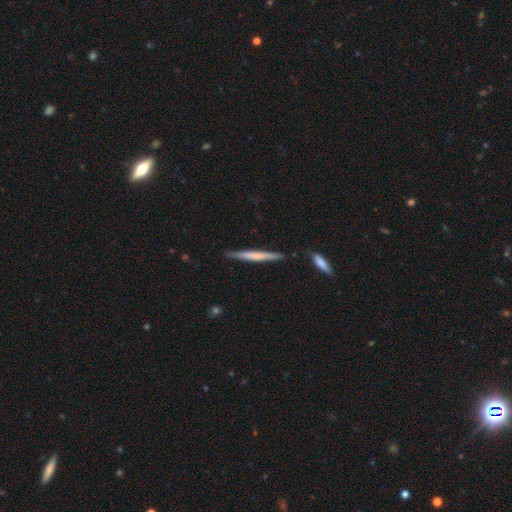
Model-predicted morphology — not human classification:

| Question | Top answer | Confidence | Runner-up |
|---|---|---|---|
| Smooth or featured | smooth | 51% | featured or disk (44%) |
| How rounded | cigar-shaped | 96% | in between (2%) |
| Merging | none | 86% | minor disturbance (10%) |